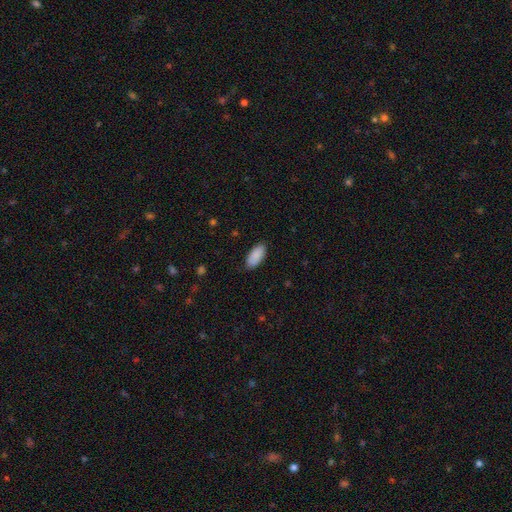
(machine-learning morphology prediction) Q: Smooth or featured?
A: smooth (90%); runner-up: star or artifact (6%)
Q: How rounded?
A: in between (91%); runner-up: cigar-shaped (7%)
Q: Merging?
A: none (86%); runner-up: minor disturbance (10%)